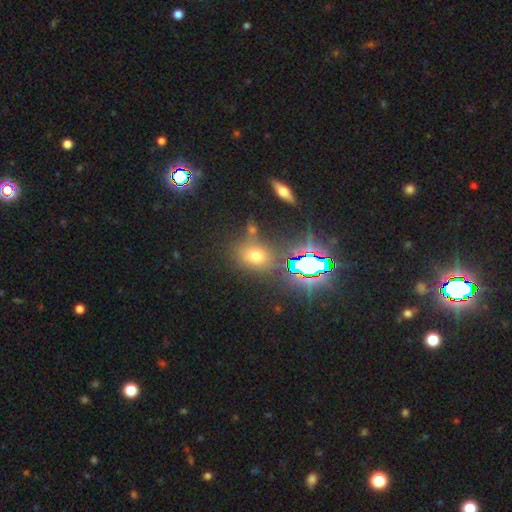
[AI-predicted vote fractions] This is possibly a smooth galaxy (53%). How rounded: possibly in between (56%). Merging: likely none (73%).